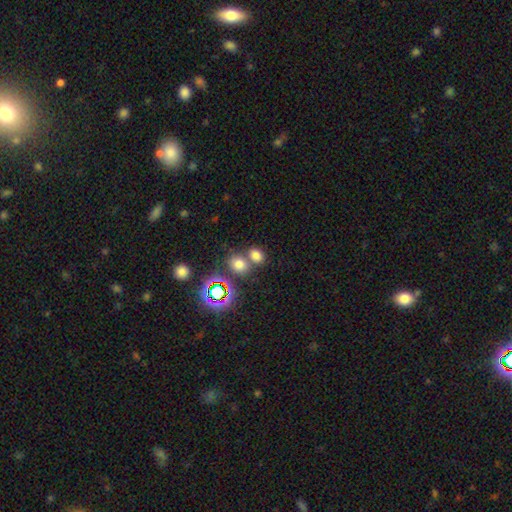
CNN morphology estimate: type=smooth (71%); roundness=in between (50%); merging=none (52%).